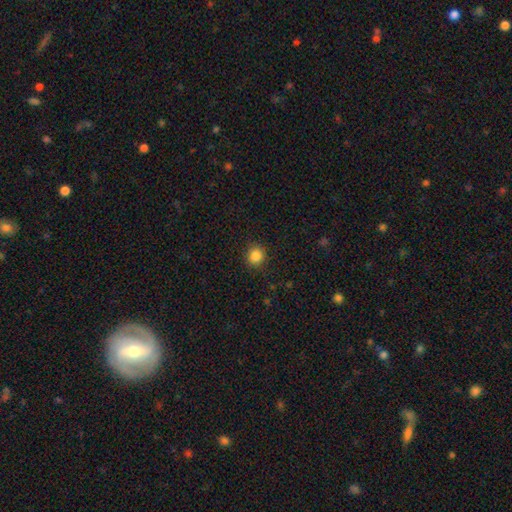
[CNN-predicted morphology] The model was most divided on "how rounded": round: 86%, in between: 13%, cigar-shaped: 1%. More confident: merging — none (89%); smooth or featured — smooth (86%).